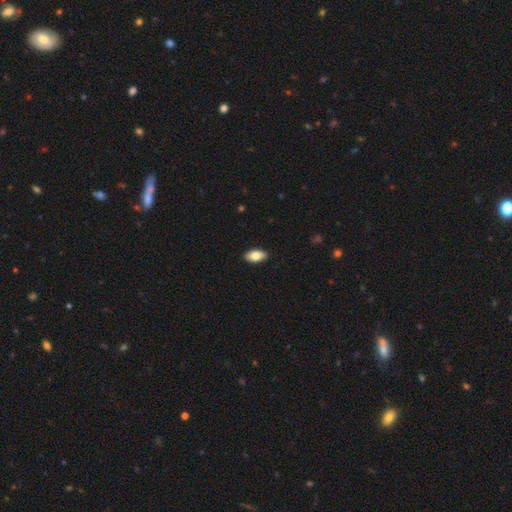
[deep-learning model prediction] smooth_or_featured: smooth (p=0.80) [alt: featured or disk p=0.14]
how_rounded: in between (p=0.91) [alt: cigar-shaped p=0.05]
merging: none (p=0.90) [alt: minor disturbance p=0.07]